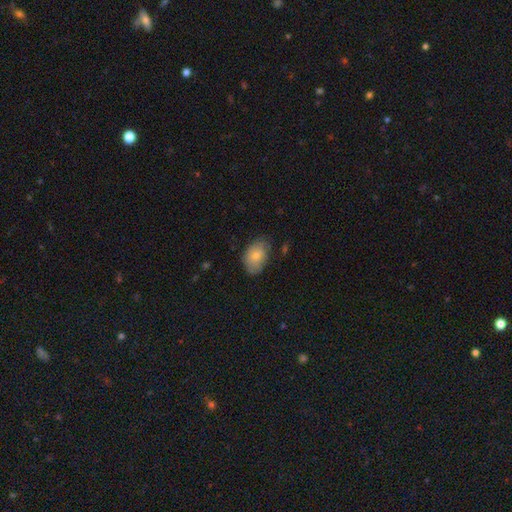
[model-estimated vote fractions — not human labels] smooth 77%, featured or disk 16%, star or artifact 7%. Down the decision tree: how rounded — in between (86%); merging — none (64%).